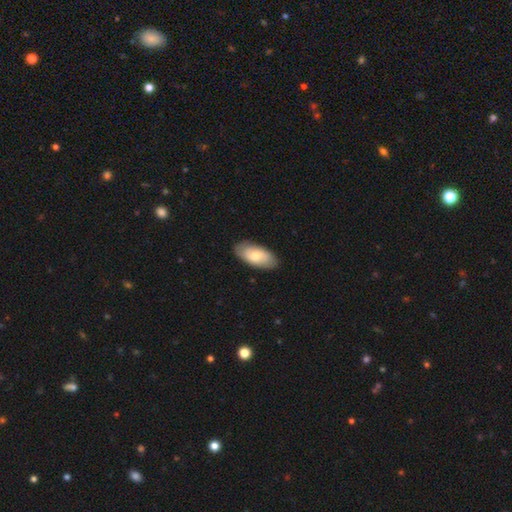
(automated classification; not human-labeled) Morphology: type=smooth (68%); roundness=in between (92%); merging=none (85%).